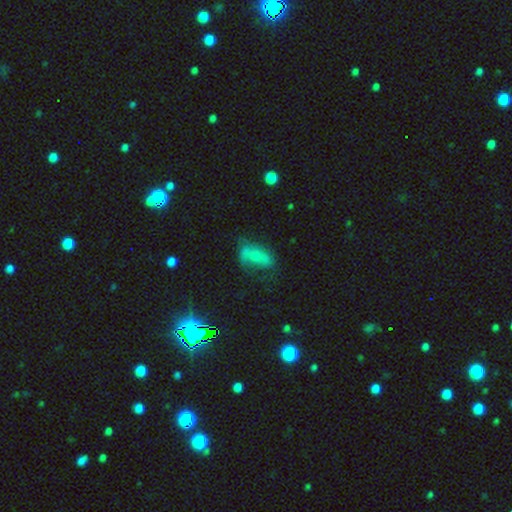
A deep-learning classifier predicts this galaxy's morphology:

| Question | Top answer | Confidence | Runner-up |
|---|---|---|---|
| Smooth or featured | smooth | 46% | featured or disk (42%) |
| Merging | none | 42% | minor disturbance (28%) |